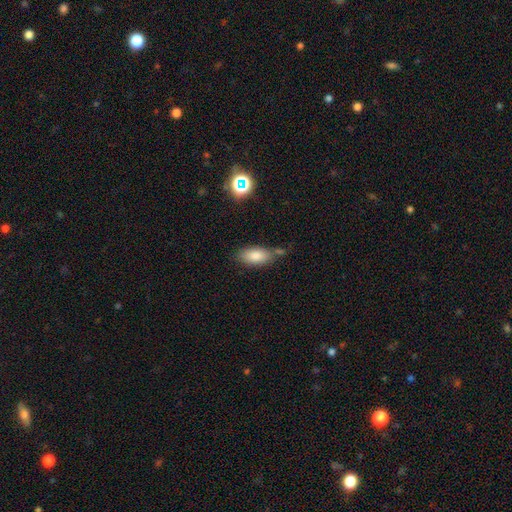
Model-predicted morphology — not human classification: smooth 82%, featured or disk 9%, star or artifact 8%. Down the decision tree: how rounded — in between (88%); merging — none (60%).